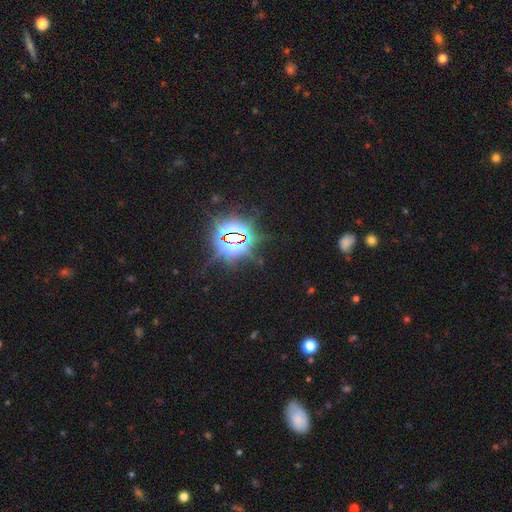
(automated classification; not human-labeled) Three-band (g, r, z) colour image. It shows a star or artifact, not a galaxy (83%).